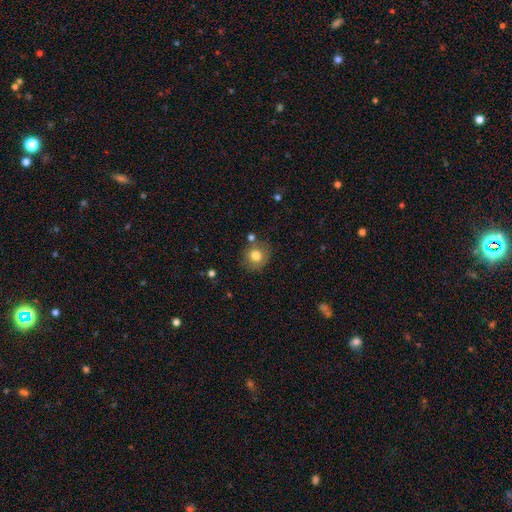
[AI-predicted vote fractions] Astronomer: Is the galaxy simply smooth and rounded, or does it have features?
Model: smooth — 79%.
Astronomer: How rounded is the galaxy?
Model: round — 85%.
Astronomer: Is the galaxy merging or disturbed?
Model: none — 76%.